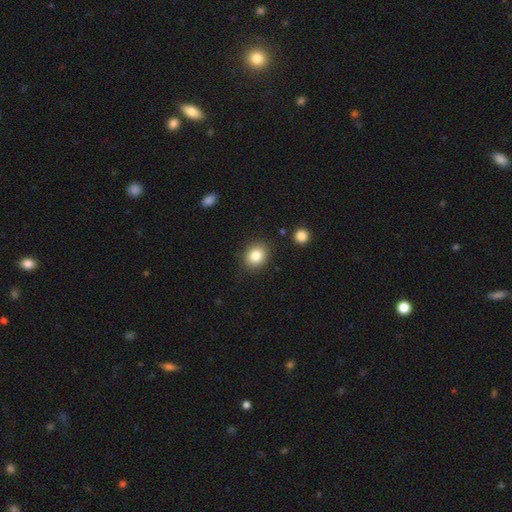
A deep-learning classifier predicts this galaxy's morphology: type=smooth (84%); roundness=round (56%); merging=none (85%).